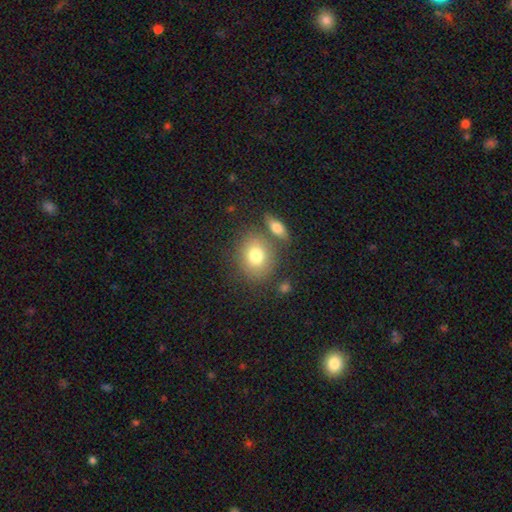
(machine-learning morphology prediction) Smooth or featured: smooth — 77% (featured or disk — 14%)
How rounded: round — 56% (in between — 43%)
Merging: none — 70% (merger — 15%)